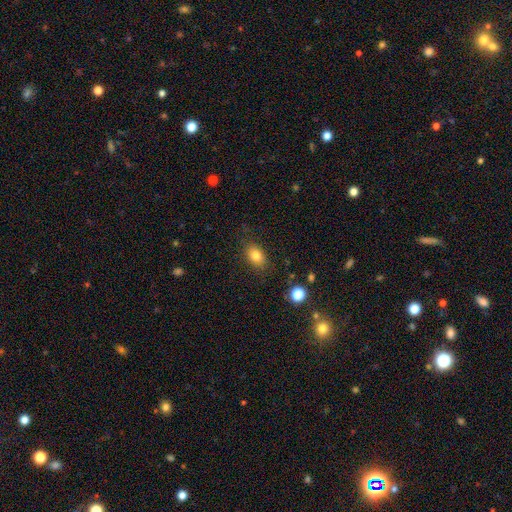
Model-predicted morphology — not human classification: Overall: smooth (82%). How rounded: in between (79%). Merging: none (83%).